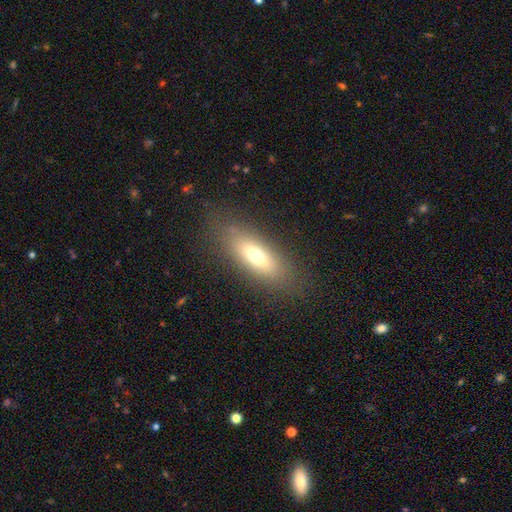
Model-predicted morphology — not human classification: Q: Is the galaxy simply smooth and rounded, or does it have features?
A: smooth — 65%.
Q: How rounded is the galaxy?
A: in between — 66%.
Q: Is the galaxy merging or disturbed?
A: none — 81%.